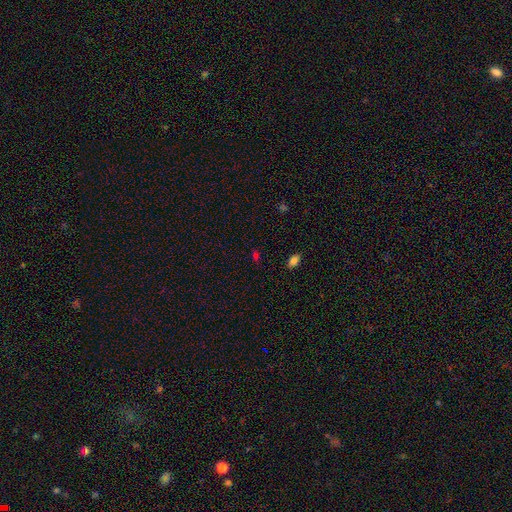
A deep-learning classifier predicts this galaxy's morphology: smooth 58%, star or artifact 36%, featured or disk 7%. Down the decision tree: how rounded — in between (71%); merging — none (80%).